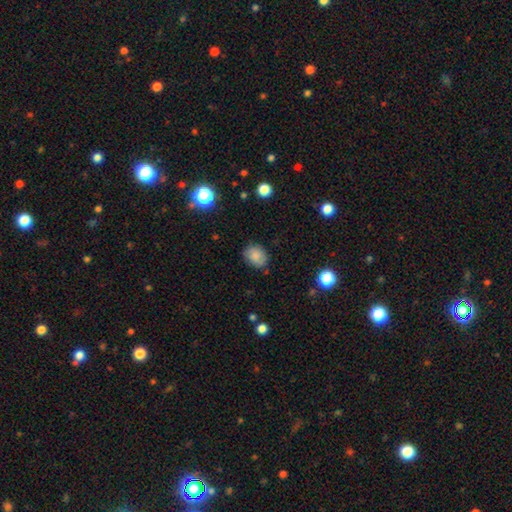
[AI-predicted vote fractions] The model was most divided on "how rounded": in between: 53%, round: 46%, cigar-shaped: 1%. More confident: smooth or featured — smooth (84%); merging — none (78%).